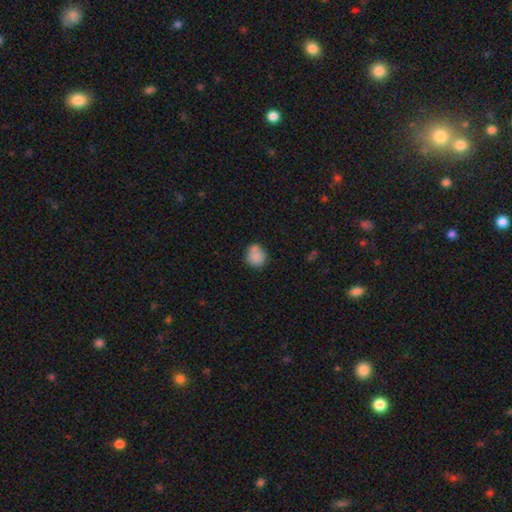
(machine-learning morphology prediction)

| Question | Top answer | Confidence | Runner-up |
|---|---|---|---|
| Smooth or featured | smooth | 83% | star or artifact (9%) |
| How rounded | round | 80% | in between (19%) |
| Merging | none | 60% | minor disturbance (19%) |